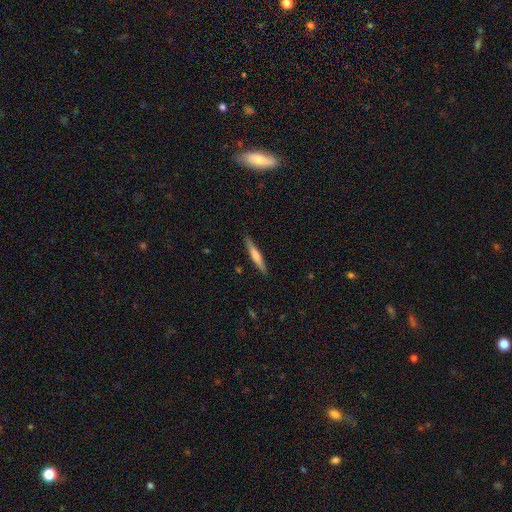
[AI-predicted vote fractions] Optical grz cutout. It shows a smooth galaxy with no disk features (50%) that is cigar-shaped (93%). Merging: none (90%).